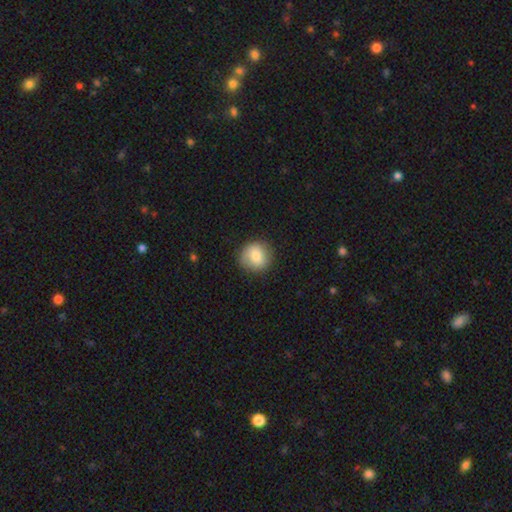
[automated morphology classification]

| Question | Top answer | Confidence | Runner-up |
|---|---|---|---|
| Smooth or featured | smooth | 81% | featured or disk (12%) |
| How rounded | round | 89% | in between (10%) |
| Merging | none | 84% | minor disturbance (12%) |